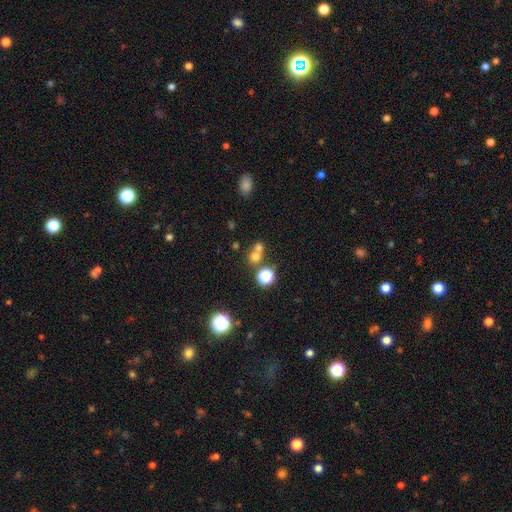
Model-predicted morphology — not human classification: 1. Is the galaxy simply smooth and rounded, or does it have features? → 64% smooth, 25% star or artifact, 11% featured or disk.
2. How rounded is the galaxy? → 85% round, 14% in between, 1% cigar-shaped.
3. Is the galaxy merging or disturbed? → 48% none, 43% merger, 6% minor disturbance, 3% major disturbance.